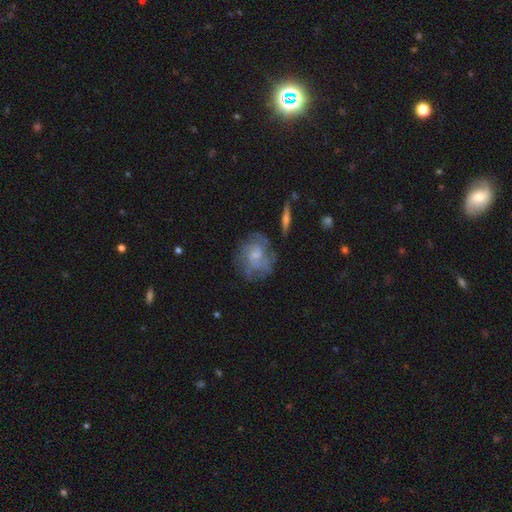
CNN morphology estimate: A featured or disk galaxy (60%) with no bar (69%), spiral arms (75%) and a small central bulge (48%). Merging: none (63%).